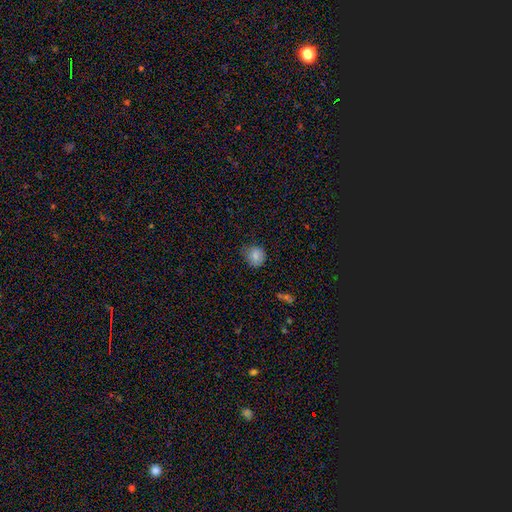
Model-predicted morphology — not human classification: This is clearly a smooth galaxy (82%). How rounded: likely round (78%). Merging: likely none (70%).